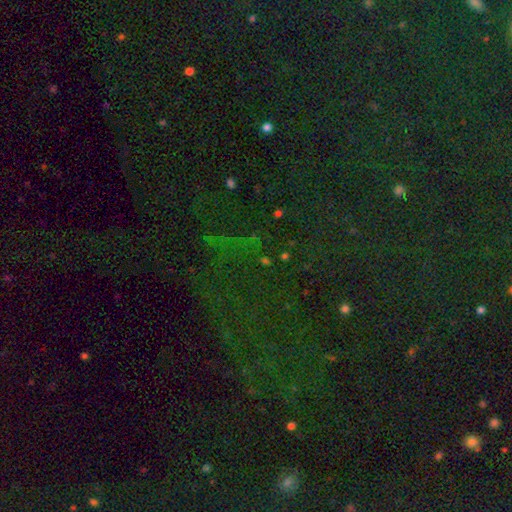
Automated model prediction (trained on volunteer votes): This appears to be a star or artifact, not a galaxy (78%).